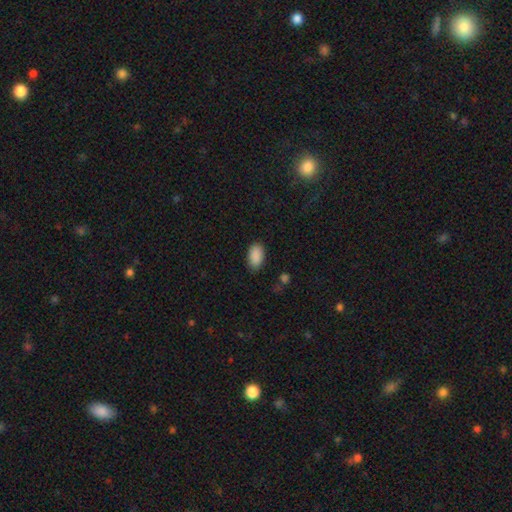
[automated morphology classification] Q: Smooth or featured?
A: smooth (90%); runner-up: star or artifact (8%)
Q: How rounded?
A: in between (94%); runner-up: round (4%)
Q: Merging?
A: none (86%); runner-up: minor disturbance (10%)